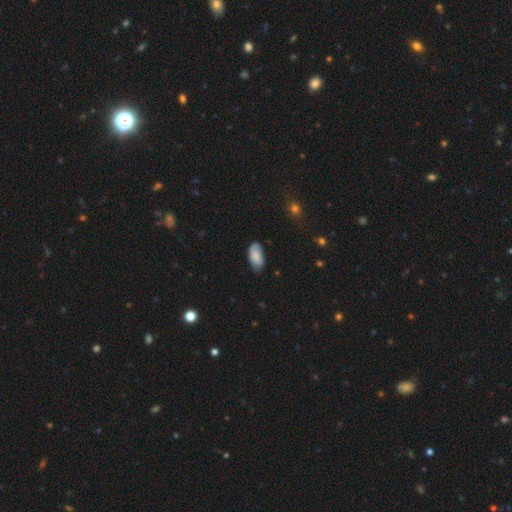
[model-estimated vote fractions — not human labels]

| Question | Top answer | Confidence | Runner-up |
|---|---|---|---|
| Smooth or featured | smooth | 82% | featured or disk (11%) |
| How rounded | in between | 94% | cigar-shaped (4%) |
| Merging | none | 66% | minor disturbance (28%) |